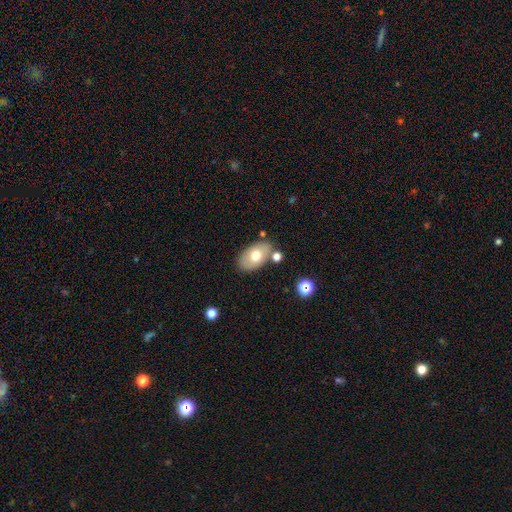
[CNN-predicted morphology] The model was most divided on "smooth or featured": smooth: 67%, featured or disk: 25%, star or artifact: 7%. More confident: how rounded — in between (91%); merging — none (75%).